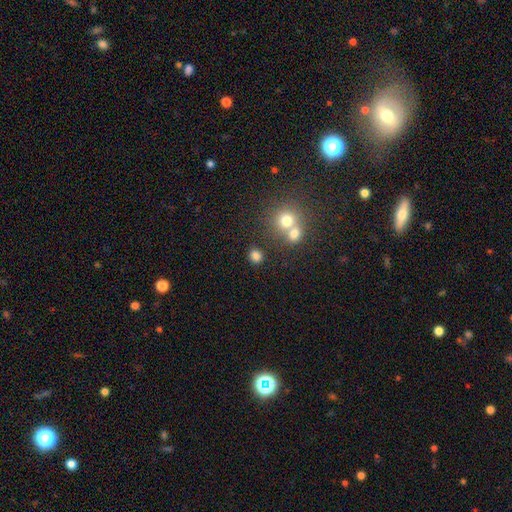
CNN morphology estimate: A smooth galaxy with no disk features (80%) that is round (78%). Merging: none (75%).